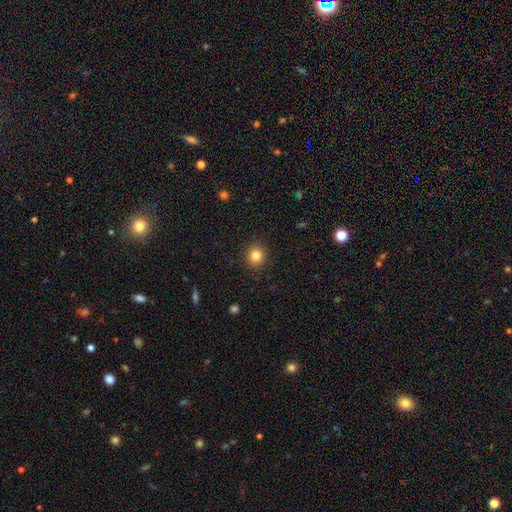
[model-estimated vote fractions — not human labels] Smooth or featured?
  - smooth: 82% *
  - star or artifact: 11%
  - featured or disk: 6%
How rounded?
  - round: 88% *
  - in between: 11%
  - cigar-shaped: 1%
Merging?
  - none: 91% *
  - minor disturbance: 6%
  - major disturbance: 2%
  - merger: 1%